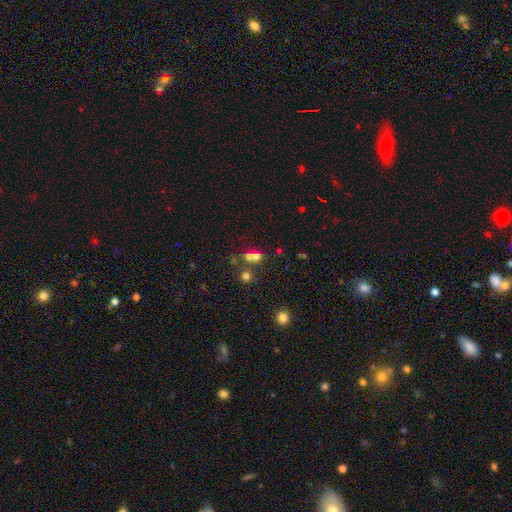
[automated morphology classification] smooth_or_featured: smooth (p=0.62) [alt: star or artifact p=0.23]
how_rounded: round (p=0.74) [alt: in between p=0.25]
merging: merger (p=0.48) [alt: none p=0.41]